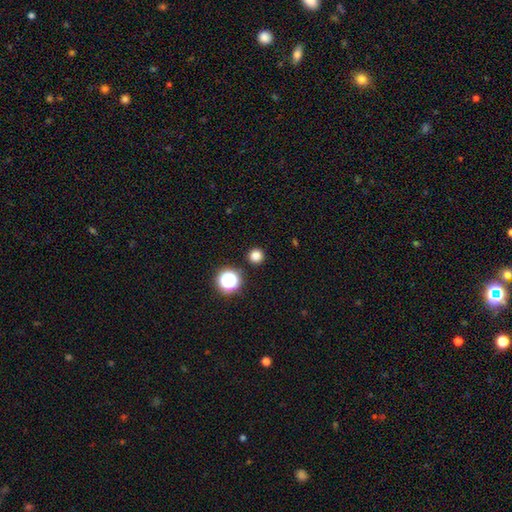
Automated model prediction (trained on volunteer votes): A smooth galaxy with no disk features (80%) that is round (96%). Merging: none (92%).